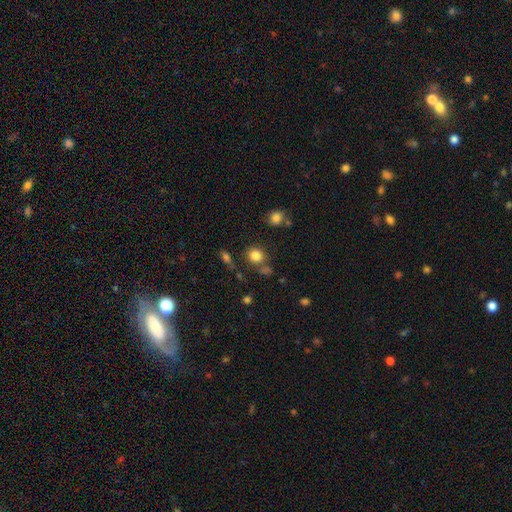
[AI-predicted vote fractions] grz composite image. It shows a smooth galaxy with no disk features (81%) that is round (86%). Merging: none (75%).